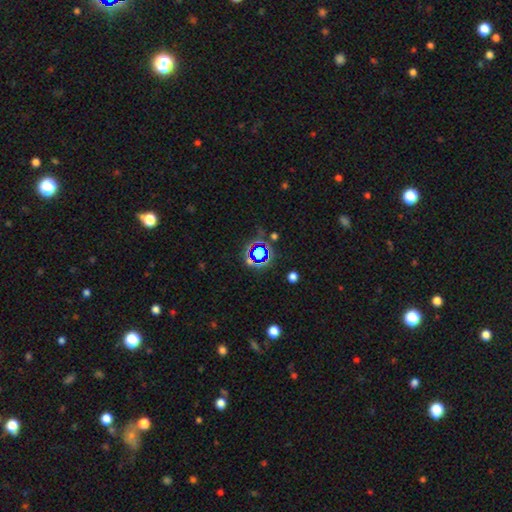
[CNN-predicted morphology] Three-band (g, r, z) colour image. It shows a star or artifact, not a galaxy (64%).